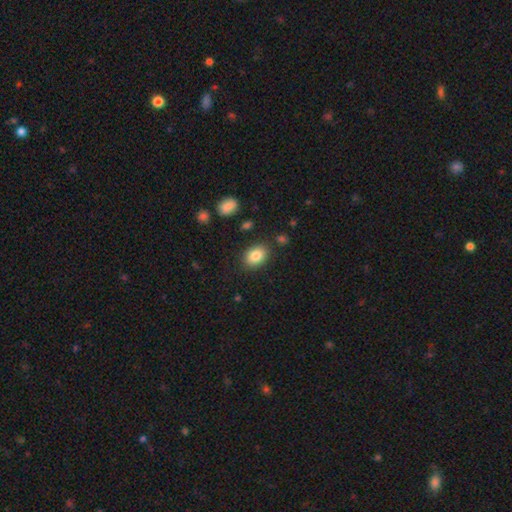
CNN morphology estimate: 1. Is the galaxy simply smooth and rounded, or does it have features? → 84% smooth, 9% star or artifact, 8% featured or disk.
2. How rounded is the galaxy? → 76% in between, 23% round, 1% cigar-shaped.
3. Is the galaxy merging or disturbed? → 85% none, 10% minor disturbance, 3% major disturbance, 2% merger.